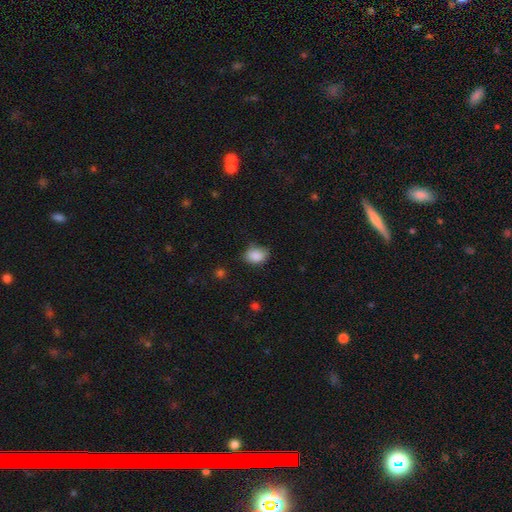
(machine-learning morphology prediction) A smooth galaxy with no disk features (87%) that is in between round and cigar-shaped (67%).

Vote fractions:
- Smooth or featured? smooth: 87% / star or artifact: 8% / featured or disk: 5%
- How rounded? in between: 67% / round: 32% / cigar-shaped: 1%
- Merging? none: 62% / minor disturbance: 30% / major disturbance: 6% / merger: 2%